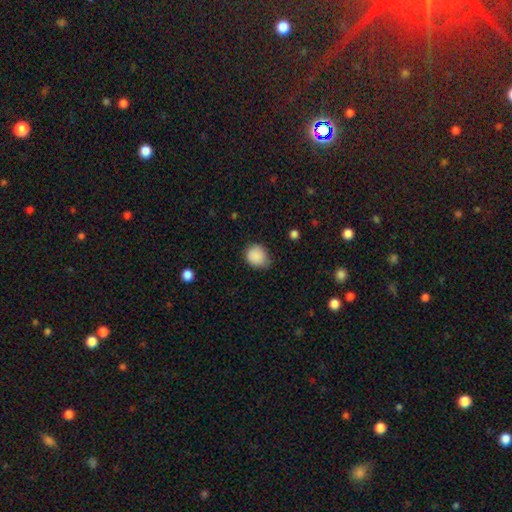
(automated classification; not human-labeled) A smooth galaxy with no disk features (88%) that is round (77%). Merging: none (69%).